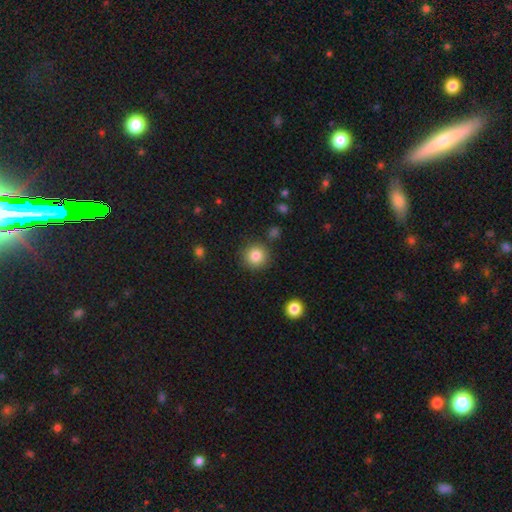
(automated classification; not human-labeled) smooth 84%, star or artifact 10%, featured or disk 6%. Down the decision tree: how rounded — round (94%); merging — none (88%).